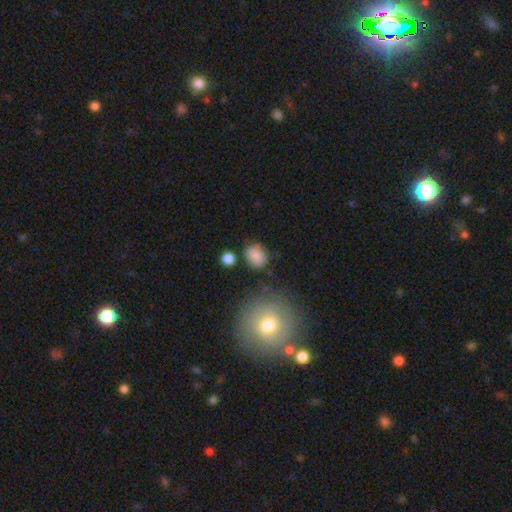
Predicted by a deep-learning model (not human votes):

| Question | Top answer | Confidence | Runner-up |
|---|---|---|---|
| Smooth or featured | smooth | 83% | star or artifact (10%) |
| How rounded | in between | 53% | round (45%) |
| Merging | none | 71% | minor disturbance (18%) |